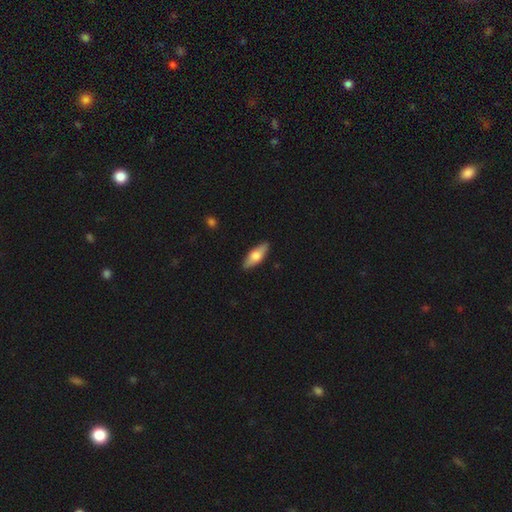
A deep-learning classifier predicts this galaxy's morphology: This appears to be a smooth galaxy with no disk features (54%) that is in between round and cigar-shaped (60%). Merging: none (89%).